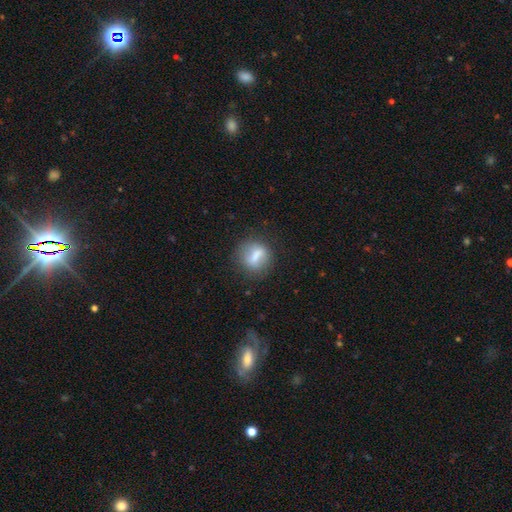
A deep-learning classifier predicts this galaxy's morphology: Smooth or featured? Predicted: smooth (p=0.63). How rounded? Predicted: round (p=0.56). Merging? Predicted: none (p=0.73).